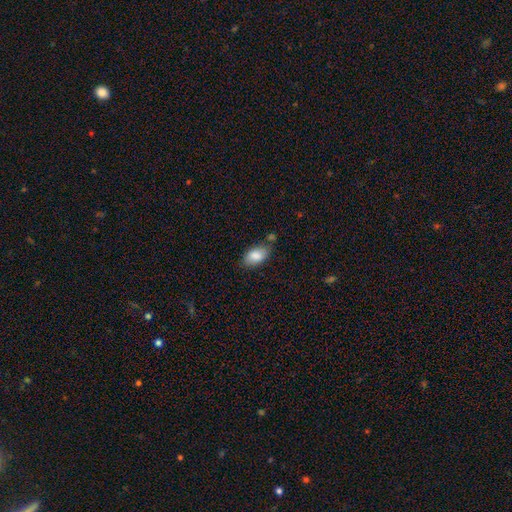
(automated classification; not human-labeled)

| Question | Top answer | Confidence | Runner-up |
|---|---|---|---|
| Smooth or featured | smooth | 85% | featured or disk (8%) |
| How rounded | in between | 93% | round (4%) |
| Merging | none | 69% | minor disturbance (20%) |